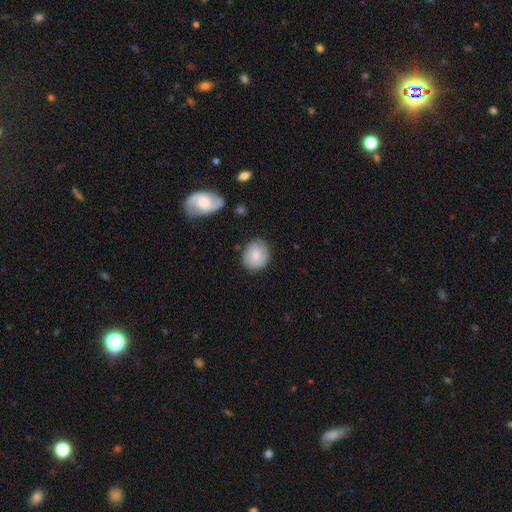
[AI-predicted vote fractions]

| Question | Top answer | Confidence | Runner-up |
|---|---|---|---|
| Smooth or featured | smooth | 79% | featured or disk (15%) |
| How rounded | round | 65% | in between (34%) |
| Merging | none | 79% | minor disturbance (16%) |